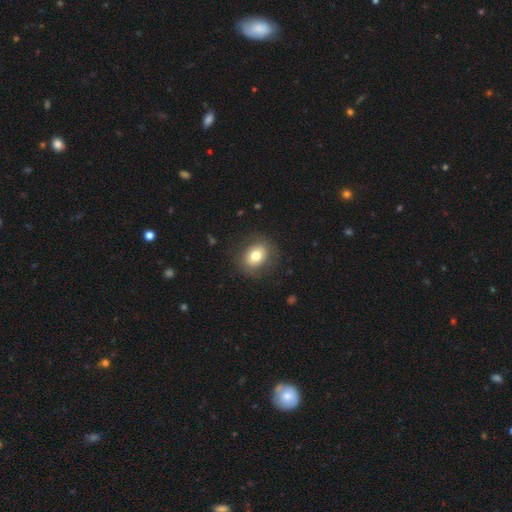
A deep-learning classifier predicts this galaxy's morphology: This is likely a smooth galaxy (74%). How rounded: possibly round (51%). Merging: clearly none (82%).